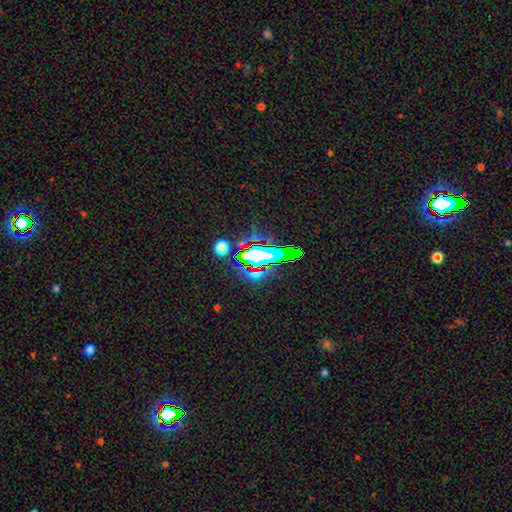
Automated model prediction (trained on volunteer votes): A star or artifact, not a galaxy (60%).

Vote fractions:
- Smooth or featured? star or artifact: 60% / smooth: 26% / featured or disk: 15%